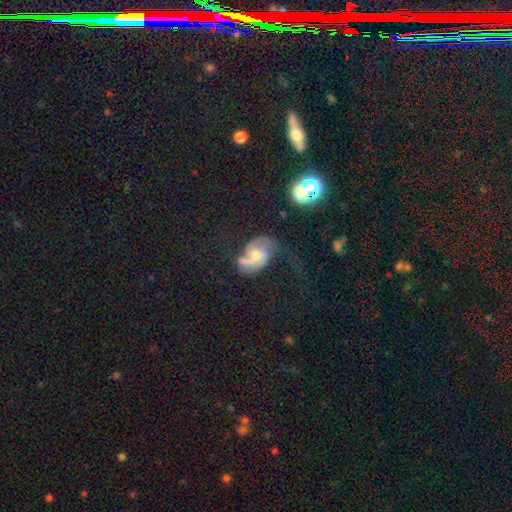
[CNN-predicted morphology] Overall: featured or disk (72%). Edge-on disk: no (97%). Bar: no (64%; weak 29%). Spiral arms: yes (90%). Spiral arm count: 2 (75%). Spiral winding: medium (43%; loose 38%). Bulge size: moderate (59%; small 33%). Merging: none (40%; major disturbance 30%).